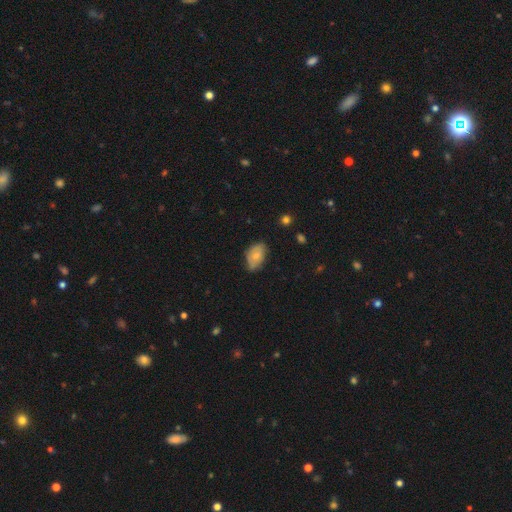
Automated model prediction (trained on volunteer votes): This appears to be a smooth galaxy with no disk features (67%) that is in between round and cigar-shaped (90%). Merging: none (63%).